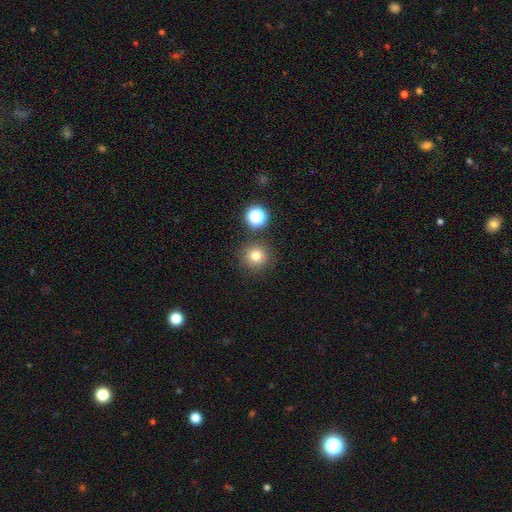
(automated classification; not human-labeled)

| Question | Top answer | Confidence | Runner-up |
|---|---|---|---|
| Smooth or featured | smooth | 75% | star or artifact (17%) |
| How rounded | round | 95% | in between (4%) |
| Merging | none | 85% | minor disturbance (7%) |